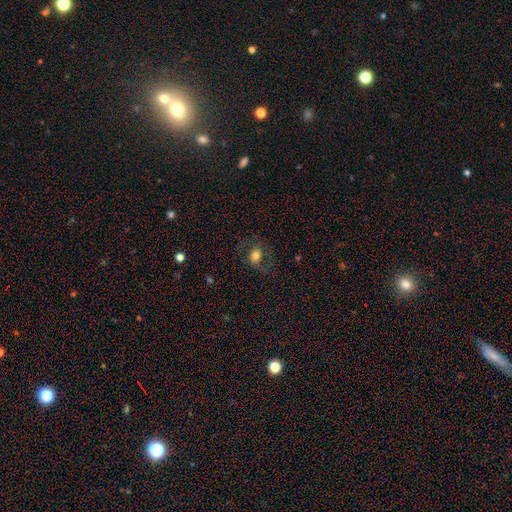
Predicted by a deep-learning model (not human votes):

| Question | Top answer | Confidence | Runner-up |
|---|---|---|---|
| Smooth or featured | smooth | 57% | featured or disk (32%) |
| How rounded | round | 58% | in between (41%) |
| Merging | none | 68% | minor disturbance (16%) |